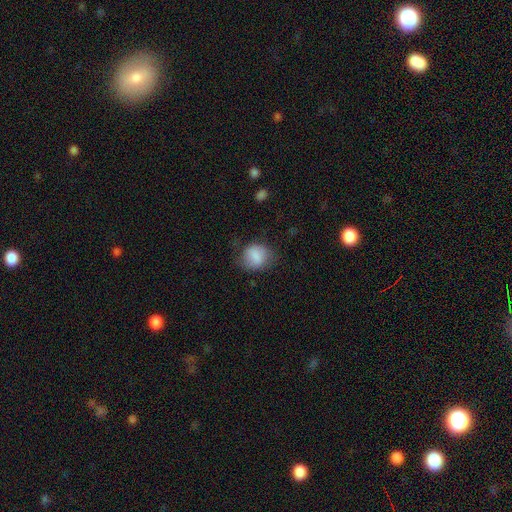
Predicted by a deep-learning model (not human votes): Smooth or featured: smooth — 82% (featured or disk — 10%)
How rounded: round — 62% (in between — 37%)
Merging: none — 65% (minor disturbance — 24%)